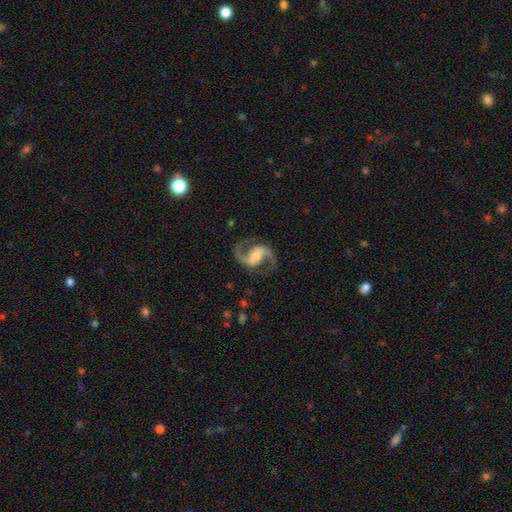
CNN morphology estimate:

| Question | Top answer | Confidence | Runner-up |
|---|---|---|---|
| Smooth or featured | featured or disk | 94% | star or artifact (4%) |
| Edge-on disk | no | 98% | yes (2%) |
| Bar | weak | 42% | strong (31%) |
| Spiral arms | yes | 98% | no (2%) |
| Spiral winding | medium | 61% | loose (30%) |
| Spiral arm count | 2 | 95% | 1 (1%) |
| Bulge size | moderate | 51% | small (32%) |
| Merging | none | 84% | minor disturbance (10%) |